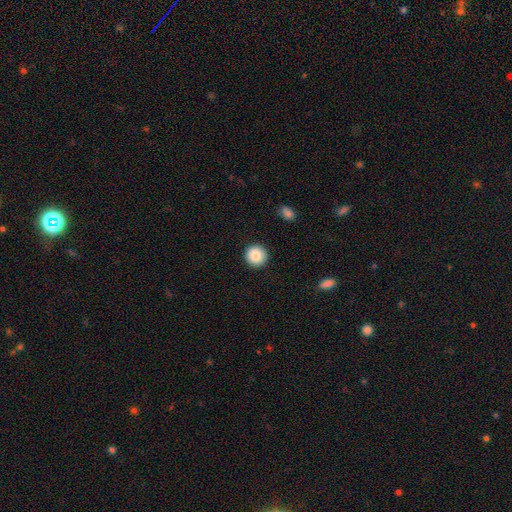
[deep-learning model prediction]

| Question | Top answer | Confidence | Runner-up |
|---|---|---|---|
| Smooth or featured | smooth | 87% | star or artifact (8%) |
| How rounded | round | 94% | in between (5%) |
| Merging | none | 92% | minor disturbance (5%) |